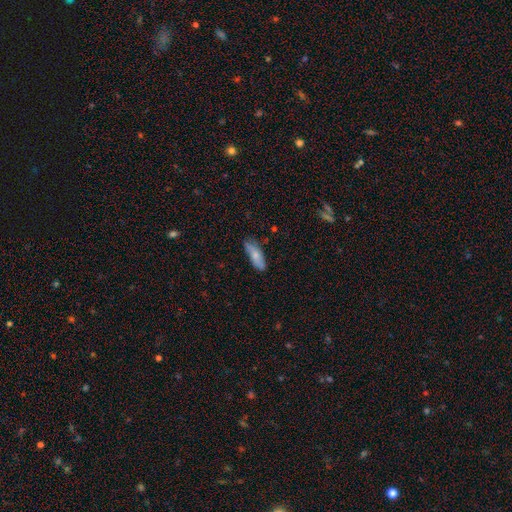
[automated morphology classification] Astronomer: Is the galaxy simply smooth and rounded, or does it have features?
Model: smooth — 72%.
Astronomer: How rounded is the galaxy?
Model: in between — 64%.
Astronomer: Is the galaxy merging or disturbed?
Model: none — 71%.